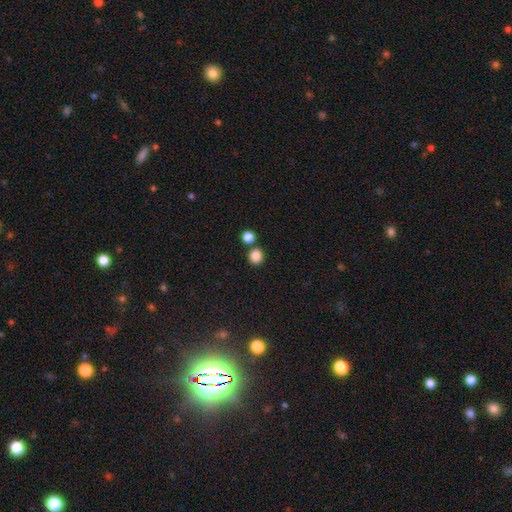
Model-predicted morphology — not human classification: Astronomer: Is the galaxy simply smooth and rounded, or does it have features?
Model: smooth — 85%.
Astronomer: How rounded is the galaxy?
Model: round — 80%.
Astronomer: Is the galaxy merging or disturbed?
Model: none — 74%.